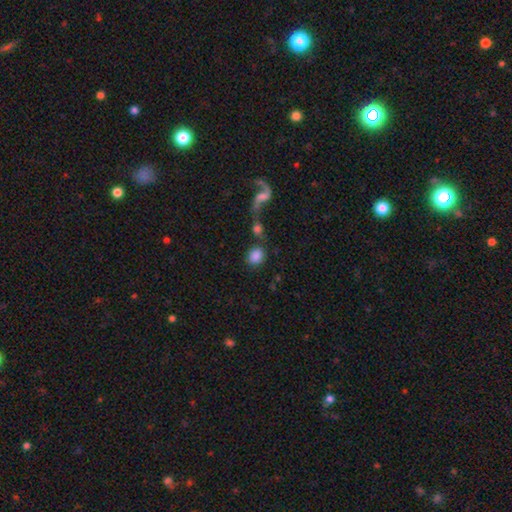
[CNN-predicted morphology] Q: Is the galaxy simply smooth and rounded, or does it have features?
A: smooth — 83%.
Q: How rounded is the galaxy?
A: round — 67%.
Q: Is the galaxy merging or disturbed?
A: none — 55%.